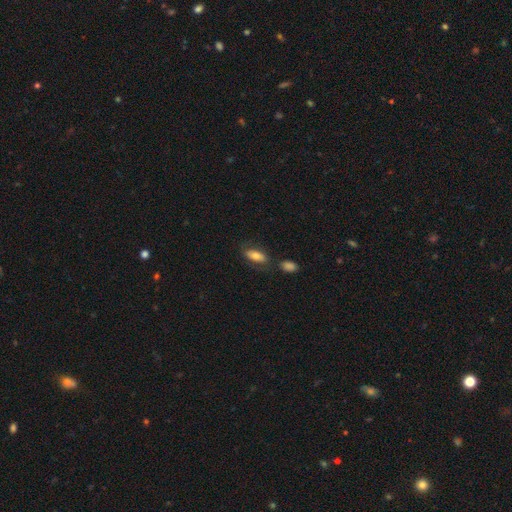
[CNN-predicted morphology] smooth 71%, featured or disk 22%, star or artifact 7%. Down the decision tree: how rounded — in between (84%); merging — none (67%).